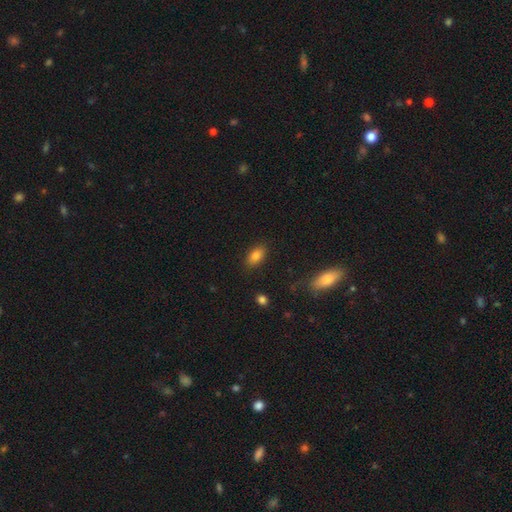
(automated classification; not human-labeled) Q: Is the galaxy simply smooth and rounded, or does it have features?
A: smooth — 83%.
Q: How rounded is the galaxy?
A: in between — 89%.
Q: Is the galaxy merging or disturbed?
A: none — 85%.